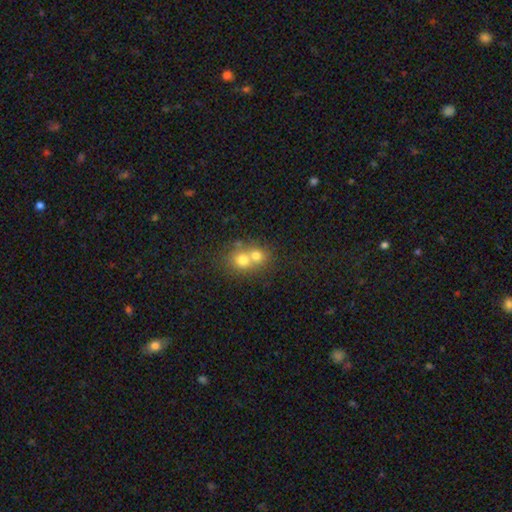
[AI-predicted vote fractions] Smooth or featured?
  - smooth: 70% *
  - featured or disk: 18%
  - star or artifact: 12%
How rounded?
  - round: 76% *
  - in between: 23%
  - cigar-shaped: 1%
Merging?
  - merger: 65% *
  - none: 28%
  - minor disturbance: 5%
  - major disturbance: 2%